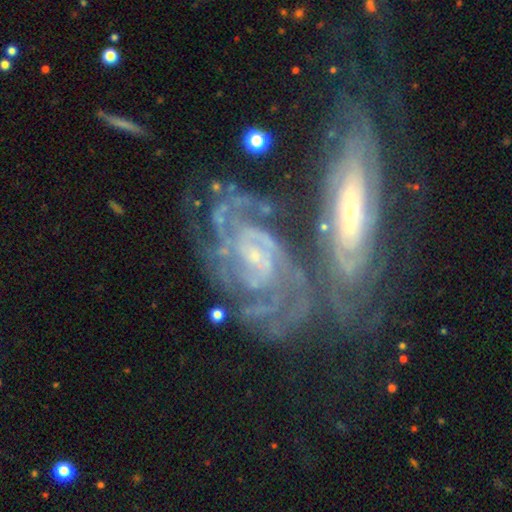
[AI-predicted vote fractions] Smooth or featured?
  - featured or disk: 88% *
  - star or artifact: 6%
  - smooth: 6%
Edge-on disk?
  - no: 94% *
  - yes: 6%
Bar?
  - no: 56% *
  - weak: 32%
  - strong: 12%
Spiral arms?
  - yes: 97% *
  - no: 3%
Spiral winding?
  - tight: 73% *
  - medium: 23%
  - loose: 4%
Spiral arm count?
  - can't tell: 29% *
  - 3: 19%
  - 2: 18%
  - 4: 16%
  - more than 4: 12%
  - 1: 6%
Bulge size?
  - small: 76% *
  - moderate: 14%
  - none: 6%
  - large: 2%
  - dominant: 1%
Merging?
  - none: 47% *
  - merger: 31%
  - minor disturbance: 15%
  - major disturbance: 7%